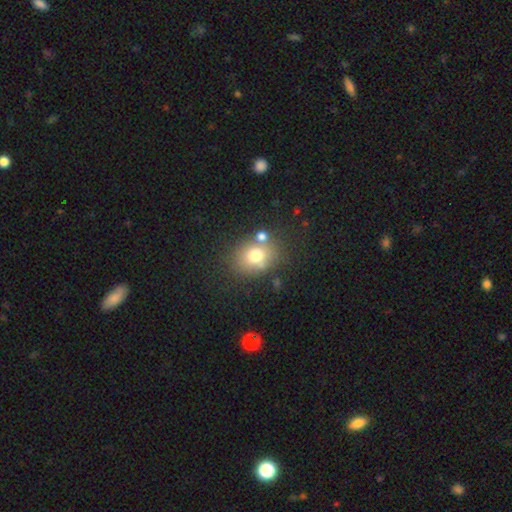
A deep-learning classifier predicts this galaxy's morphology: Smooth or featured?
  - smooth: 72% *
  - featured or disk: 15%
  - star or artifact: 13%
How rounded?
  - round: 52% *
  - in between: 47%
  - cigar-shaped: 1%
Merging?
  - none: 64% *
  - merger: 16%
  - minor disturbance: 14%
  - major disturbance: 6%